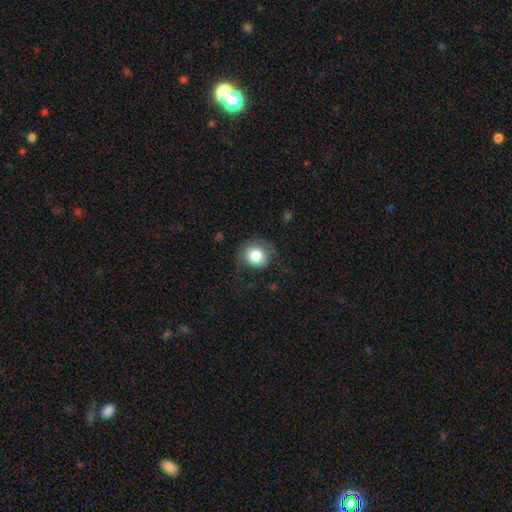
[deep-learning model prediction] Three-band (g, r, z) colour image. It shows a smooth galaxy with no disk features (77%) that is round (80%). Merging: none (61%).